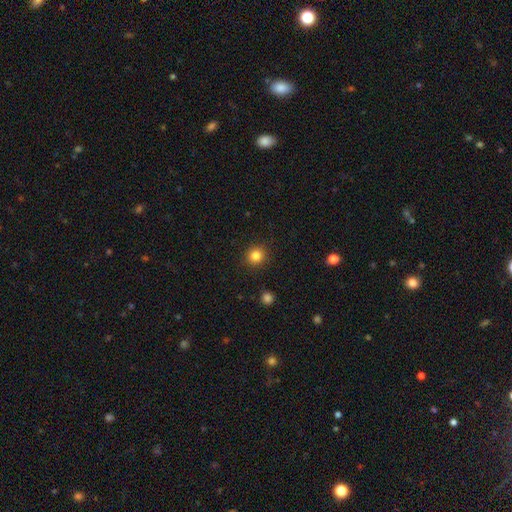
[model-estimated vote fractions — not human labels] A smooth galaxy with no disk features (83%) that is round (91%).

Vote fractions:
- Smooth or featured? smooth: 83% / star or artifact: 12% / featured or disk: 5%
- How rounded? round: 91% / in between: 8% / cigar-shaped: 1%
- Merging? none: 91% / minor disturbance: 6% / major disturbance: 2% / merger: 1%